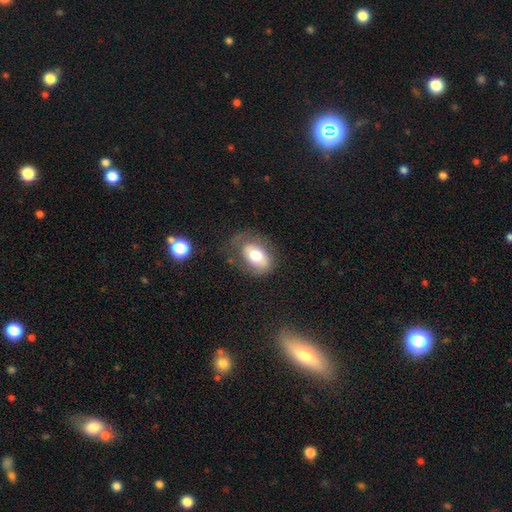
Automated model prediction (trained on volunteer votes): Smooth or featured?
  - smooth: 60% *
  - featured or disk: 32%
  - star or artifact: 8%
How rounded?
  - in between: 82% *
  - round: 16%
  - cigar-shaped: 2%
Merging?
  - none: 57% *
  - minor disturbance: 25%
  - major disturbance: 15%
  - merger: 3%